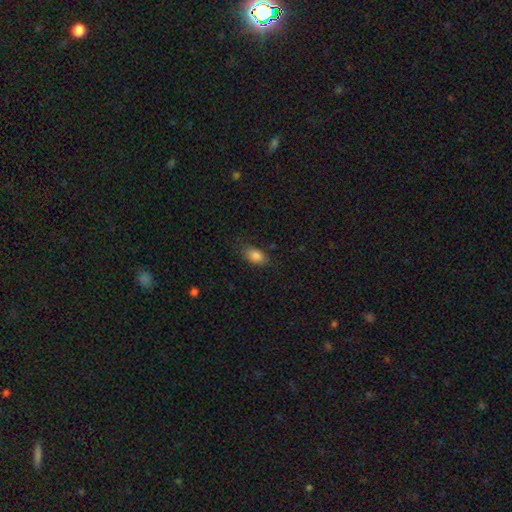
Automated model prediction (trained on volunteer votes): Smooth or featured? smooth (86%)
How rounded? in between (90%)
Merging? none (75%)